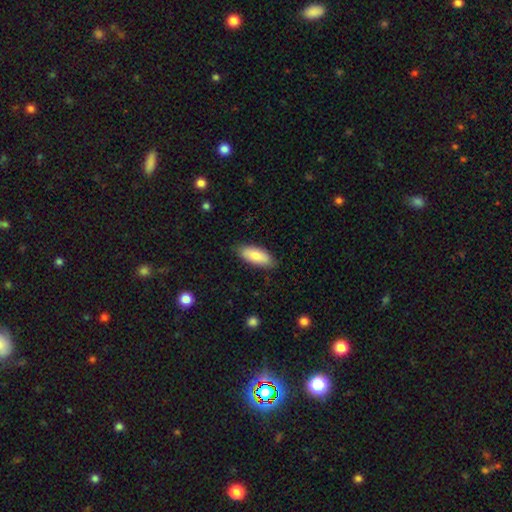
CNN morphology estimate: Smooth or featured: smooth — 82% (featured or disk — 13%)
How rounded: in between — 80% (cigar-shaped — 18%)
Merging: none — 84% (minor disturbance — 13%)